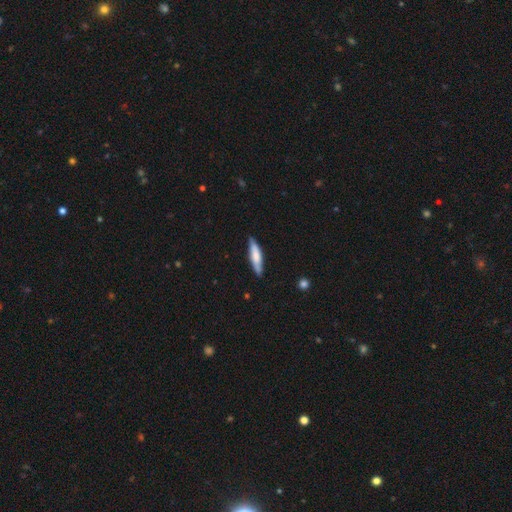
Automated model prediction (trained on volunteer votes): smooth_or_featured: smooth (p=0.65) [alt: featured or disk p=0.30]
how_rounded: cigar-shaped (p=0.76) [alt: in between p=0.22]
merging: none (p=0.82) [alt: minor disturbance p=0.14]